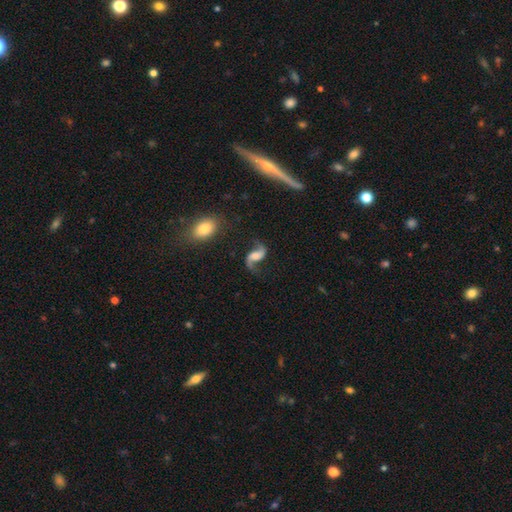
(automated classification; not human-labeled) This appears to be a featured or disk galaxy (87%) with no bar (48%), 2 (93%) loose (83%) spiral arms (97%) and no central bulge (28%). Merging: none (74%).